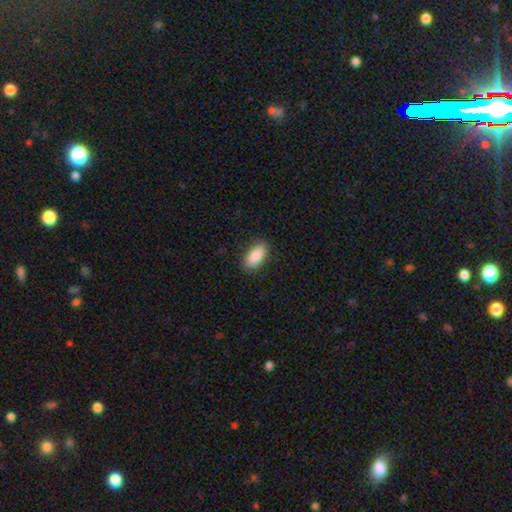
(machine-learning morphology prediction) type=smooth (89%); roundness=in between (92%); merging=none (88%).